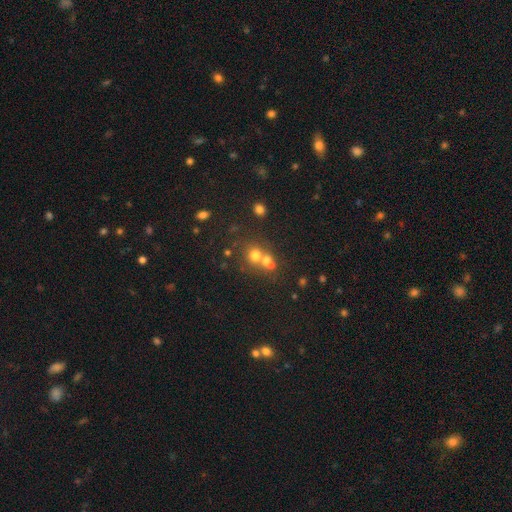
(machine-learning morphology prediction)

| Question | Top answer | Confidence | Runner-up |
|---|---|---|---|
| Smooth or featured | smooth | 65% | star or artifact (18%) |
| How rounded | round | 80% | in between (19%) |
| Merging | merger | 49% | none (40%) |